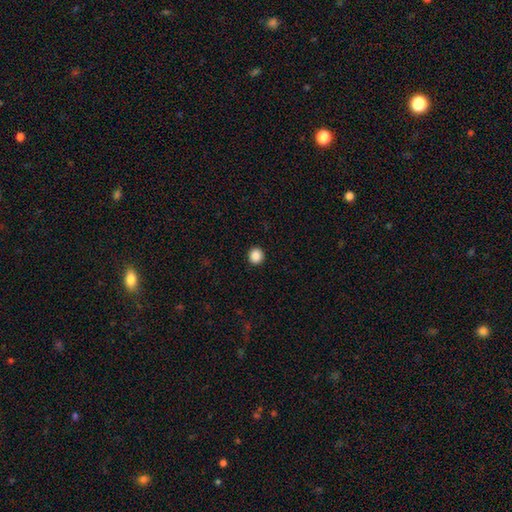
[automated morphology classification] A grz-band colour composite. It shows a smooth galaxy with no disk features (88%) that is round (91%). Merging: none (93%).